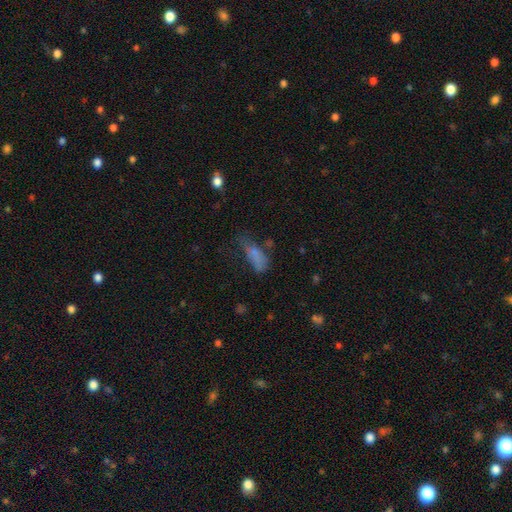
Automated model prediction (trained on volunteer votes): Overall: smooth (67%). How rounded: in between (72%). Merging: major disturbance (36%; minor disturbance 28%).